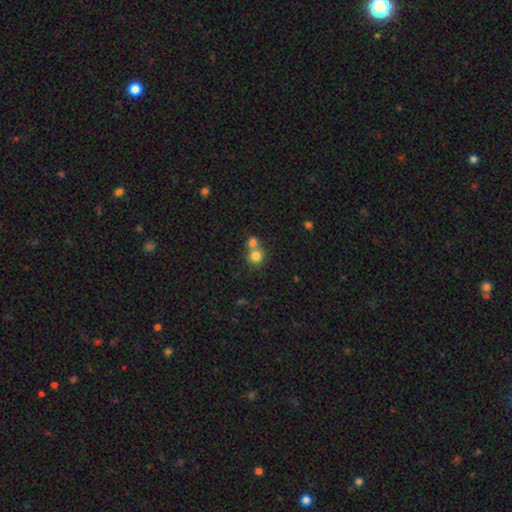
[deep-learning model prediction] smooth-or-featured: smooth: 79% | star or artifact: 11% | featured or disk: 10%
  how-rounded: round: 86% | in between: 13% | cigar-shaped: 1%
  merging: merger: 48% | none: 43% | minor disturbance: 6% | major disturbance: 3%